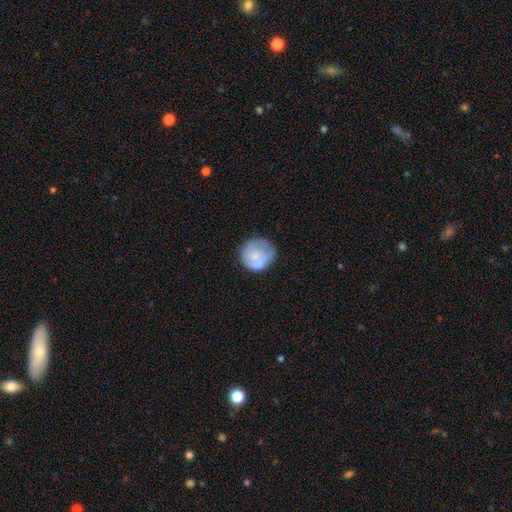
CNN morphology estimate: This is possibly a smooth galaxy (59%). How rounded: clearly round (88%). Merging: likely none (64%).